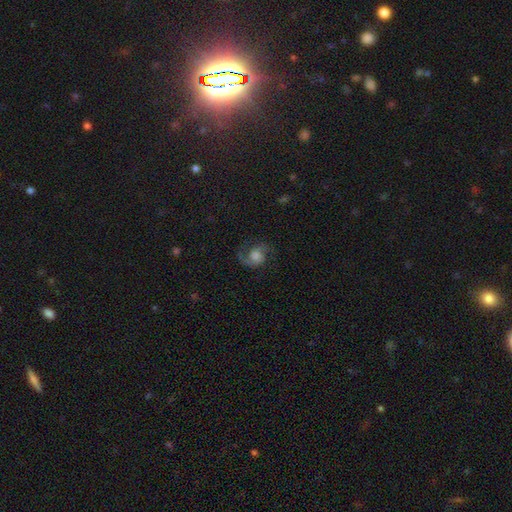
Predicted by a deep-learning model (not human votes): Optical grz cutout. It shows a featured or disk galaxy (72%) with no bar (69%), 2 (77%) medium (48%) spiral arms (94%) and a large central bulge (35%). Merging: none (65%).